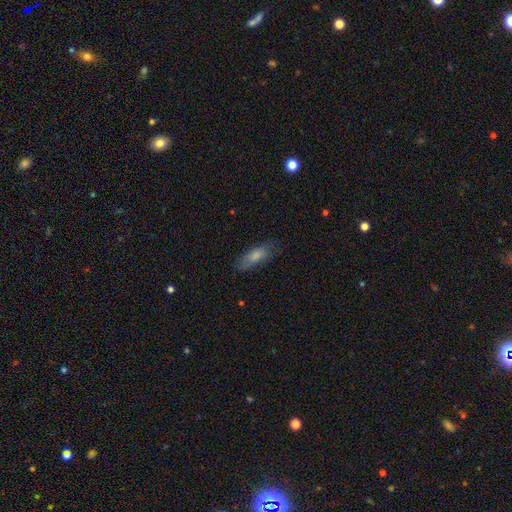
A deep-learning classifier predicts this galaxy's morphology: Smooth or featured? smooth (76%)
How rounded? in between (66%)
Merging? none (72%)